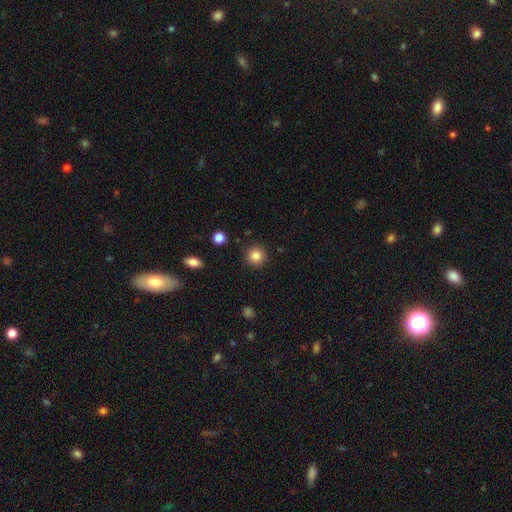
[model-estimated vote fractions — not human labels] Smooth or featured? smooth (84%)
How rounded? round (94%)
Merging? none (90%)